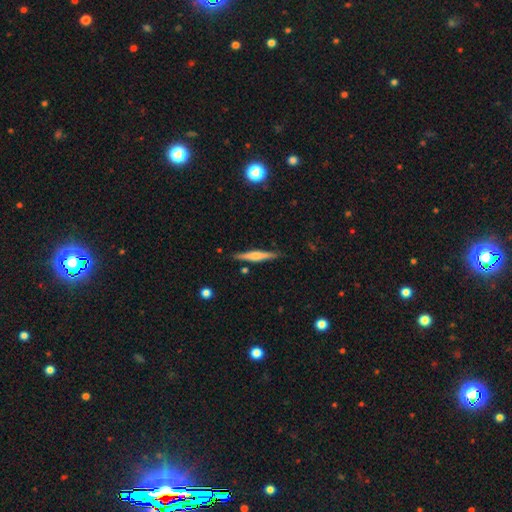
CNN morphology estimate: smooth_or_featured: featured or disk (p=0.54) [alt: smooth p=0.40]
disk_edge_on: yes (p=0.97) [alt: no p=0.03]
edge_on_bulge: rounded (p=0.67) [alt: none p=0.18]
merging: none (p=0.87) [alt: minor disturbance p=0.09]